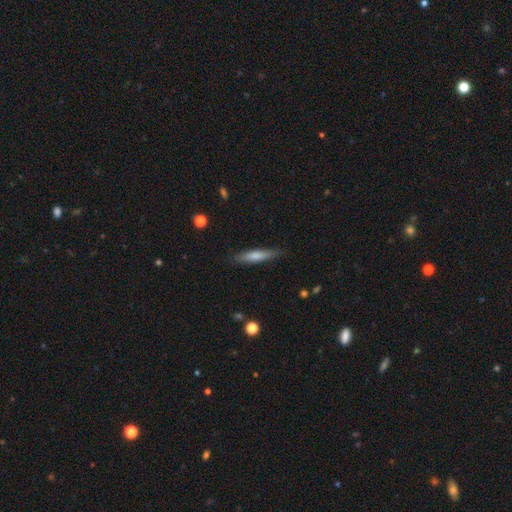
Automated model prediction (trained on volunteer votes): Smooth or featured? smooth (69%)
How rounded? cigar-shaped (86%)
Merging? none (84%)